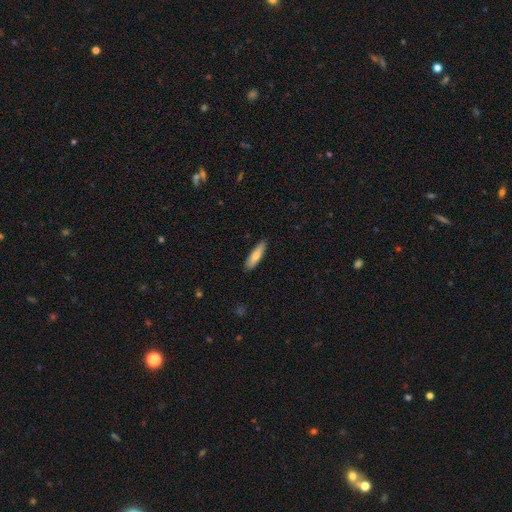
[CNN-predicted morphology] Overall: smooth (71%). How rounded: cigar-shaped (69%; in between 29%). Merging: none (87%).